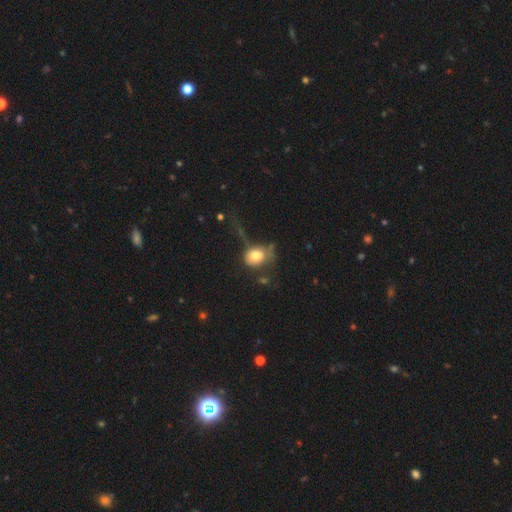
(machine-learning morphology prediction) Overall: smooth (74%). How rounded: round (58%; in between 40%). Merging: none (34%; major disturbance 33%).